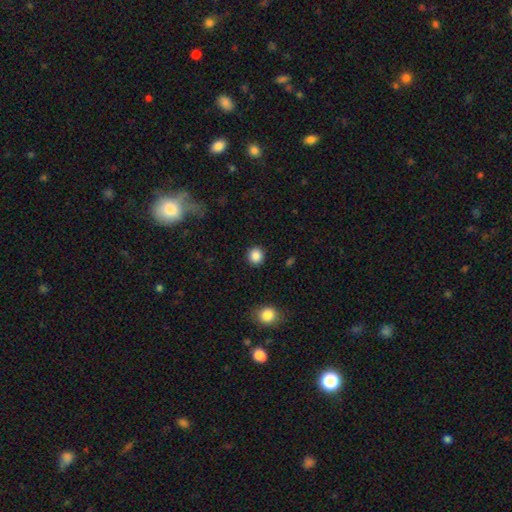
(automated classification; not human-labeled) Smooth or featured?
  - smooth: 87% *
  - star or artifact: 10%
  - featured or disk: 3%
How rounded?
  - round: 91% *
  - in between: 8%
  - cigar-shaped: 1%
Merging?
  - none: 91% *
  - minor disturbance: 5%
  - major disturbance: 2%
  - merger: 1%